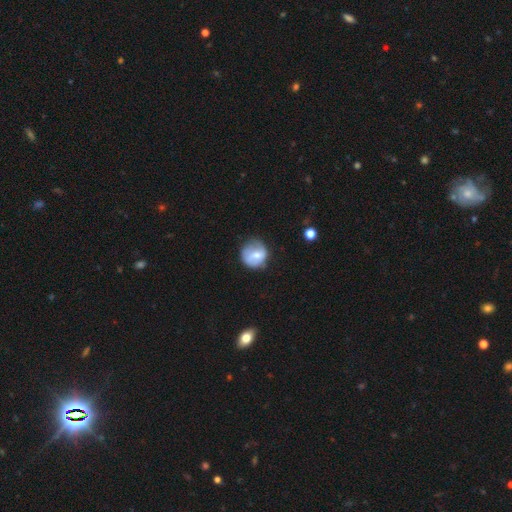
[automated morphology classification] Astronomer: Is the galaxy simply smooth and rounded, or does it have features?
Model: smooth — 60%.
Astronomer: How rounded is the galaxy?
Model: round — 83%.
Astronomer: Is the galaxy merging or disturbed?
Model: none — 58%.